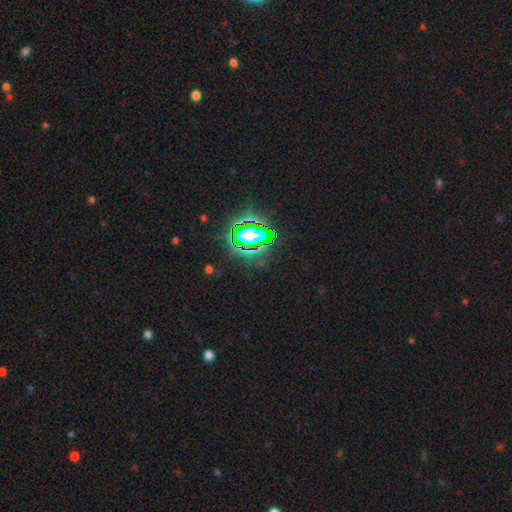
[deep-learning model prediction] A star or artifact, not a galaxy (79%).